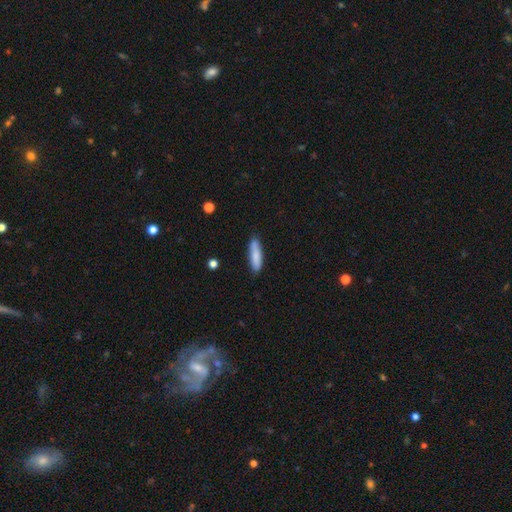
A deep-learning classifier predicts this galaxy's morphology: Q: Smooth or featured?
A: smooth (83%); runner-up: featured or disk (11%)
Q: How rounded?
A: cigar-shaped (68%); runner-up: in between (31%)
Q: Merging?
A: none (81%); runner-up: minor disturbance (14%)